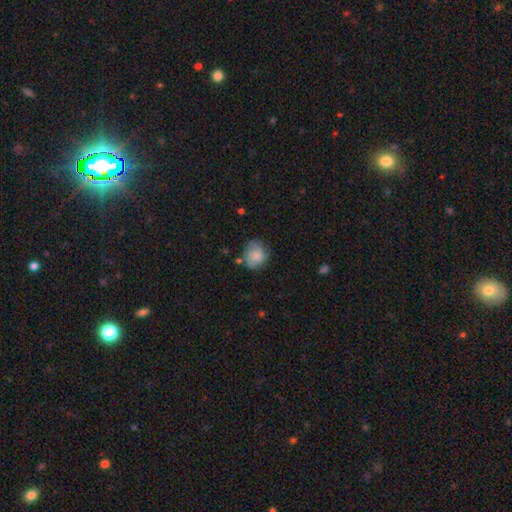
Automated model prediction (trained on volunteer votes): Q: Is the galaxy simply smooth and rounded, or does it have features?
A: smooth — 70%.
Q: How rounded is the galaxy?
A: round — 73%.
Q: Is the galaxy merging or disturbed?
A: none — 64%.